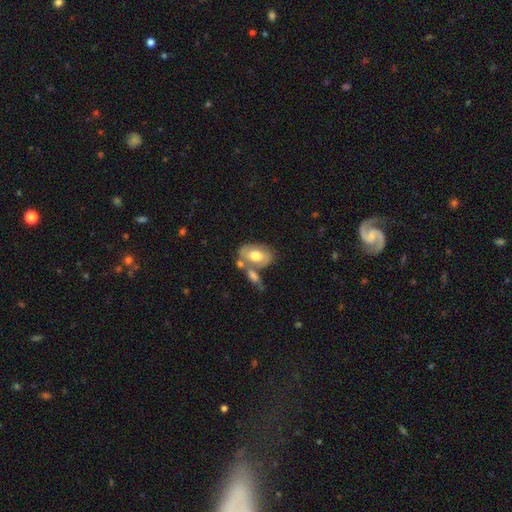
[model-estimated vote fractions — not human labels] The model was most divided on "merging": none: 45%, merger: 31%, minor disturbance: 16%, major disturbance: 7%. More confident: how rounded — in between (88%); smooth or featured — smooth (56%).